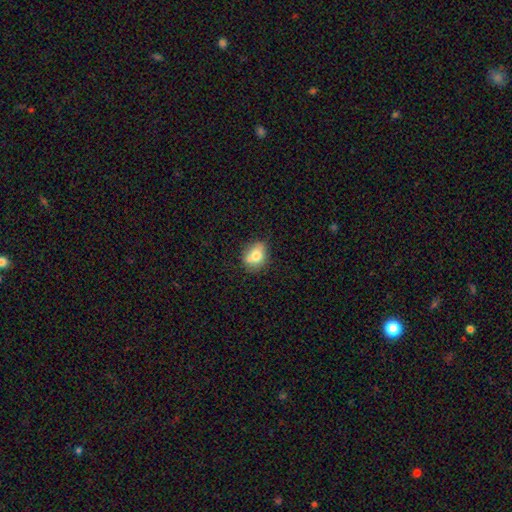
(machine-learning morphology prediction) This is likely a smooth galaxy (74%). How rounded: possibly round (51%). Merging: possibly none (57%).